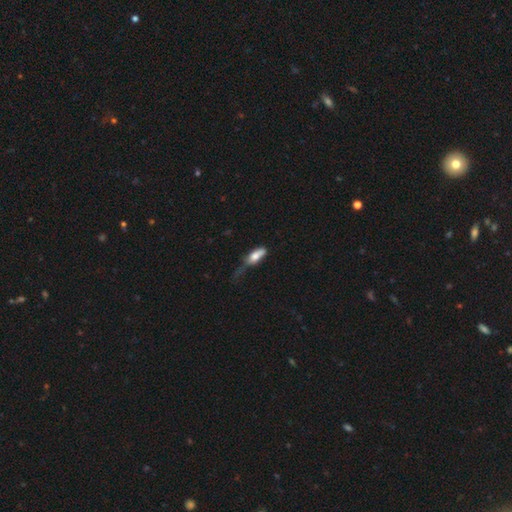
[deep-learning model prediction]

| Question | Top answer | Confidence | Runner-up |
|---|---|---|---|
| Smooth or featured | smooth | 70% | featured or disk (22%) |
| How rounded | in between | 73% | cigar-shaped (23%) |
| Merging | major disturbance | 38% | minor disturbance (33%) |